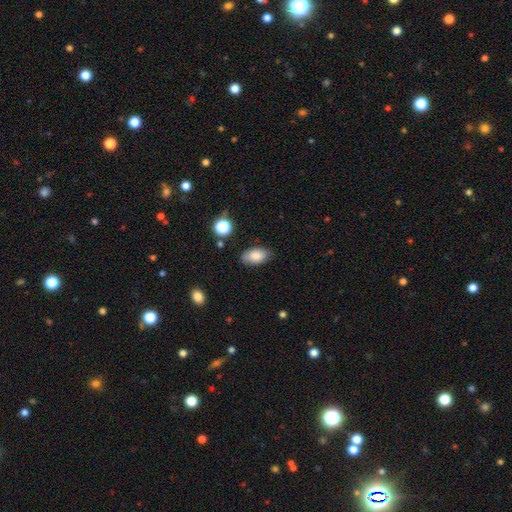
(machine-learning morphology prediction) smooth 83%, featured or disk 9%, star or artifact 8%. Down the decision tree: how rounded — in between (93%); merging — none (81%).